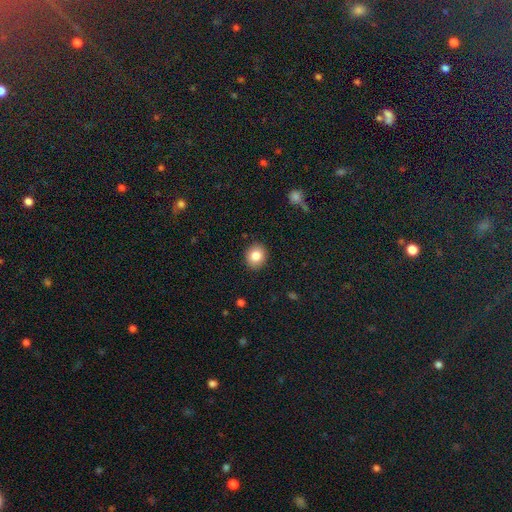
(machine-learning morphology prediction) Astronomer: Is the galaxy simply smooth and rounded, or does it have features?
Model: smooth — 83%.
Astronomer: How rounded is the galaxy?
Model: round — 72%.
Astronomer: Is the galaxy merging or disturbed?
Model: none — 90%.